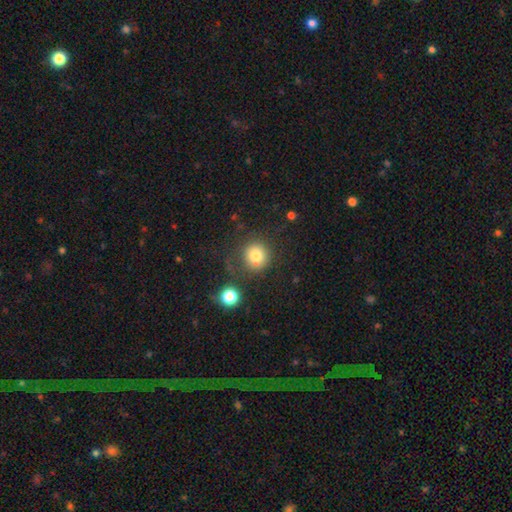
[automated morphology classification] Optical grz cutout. It shows a smooth galaxy with no disk features (78%) that is round (90%). Merging: none (70%).